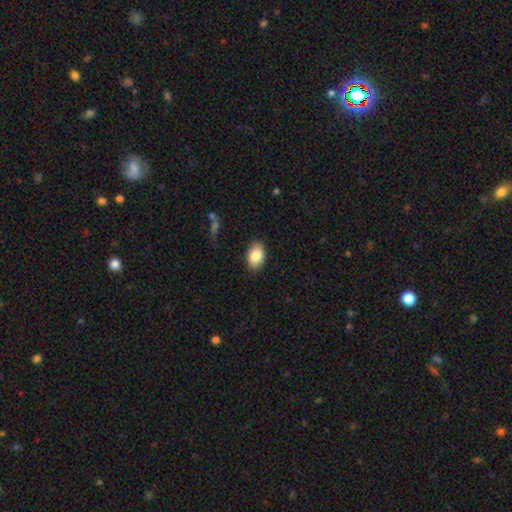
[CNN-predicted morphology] type=smooth (86%); roundness=in between (91%); merging=none (87%).